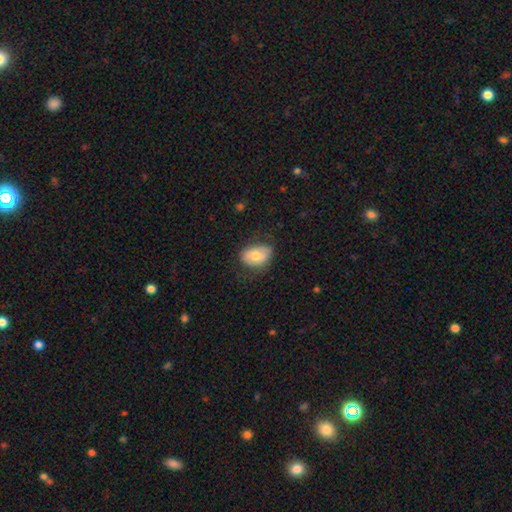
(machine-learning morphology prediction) Smooth or featured? Predicted: smooth (p=0.72). How rounded? Predicted: in between (p=0.82). Merging? Predicted: none (p=0.69).